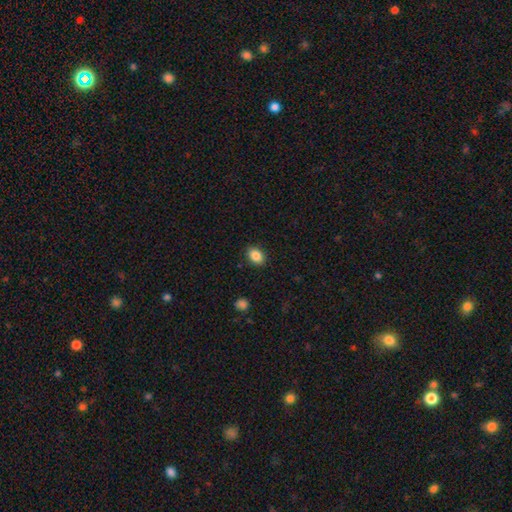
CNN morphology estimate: Smooth or featured?
  - smooth: 86% *
  - star or artifact: 9%
  - featured or disk: 5%
How rounded?
  - in between: 69% *
  - round: 30%
  - cigar-shaped: 1%
Merging?
  - none: 88% *
  - minor disturbance: 8%
  - major disturbance: 2%
  - merger: 1%